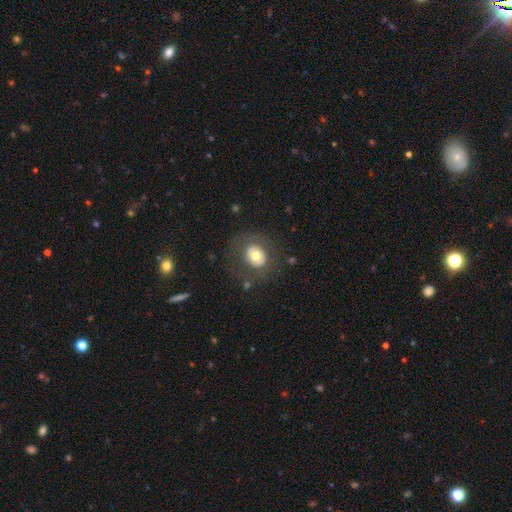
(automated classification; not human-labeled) A smooth galaxy with no disk features (61%) that is round (75%). Merging: none (74%).